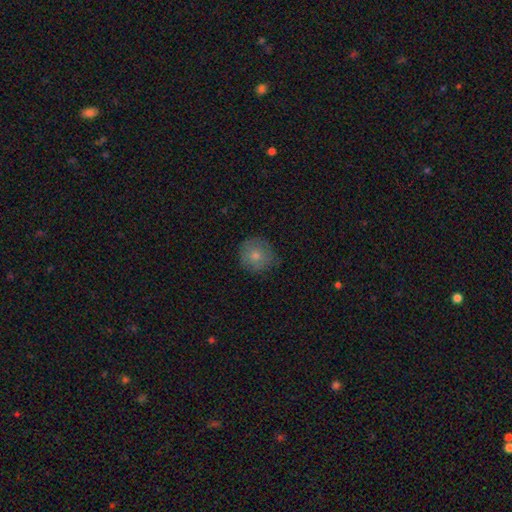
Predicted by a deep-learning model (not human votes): This is likely a smooth galaxy (76%). How rounded: clearly round (92%). Merging: likely none (76%).